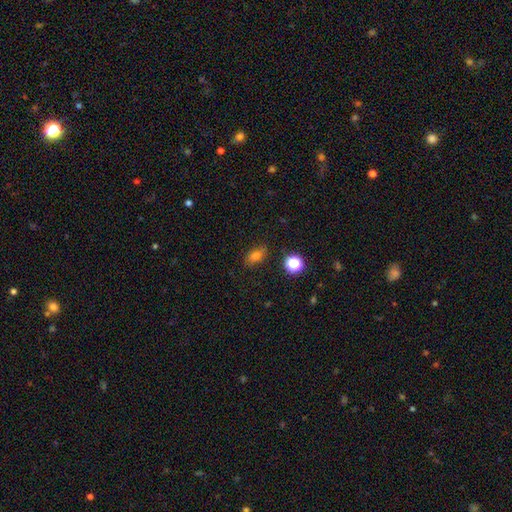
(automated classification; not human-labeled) Morphology: type=smooth (75%); roundness=in between (77%); merging=none (80%).